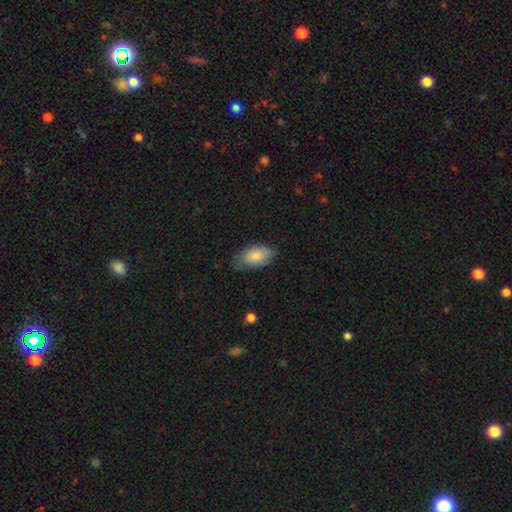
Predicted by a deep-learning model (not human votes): A smooth galaxy with no disk features (83%) that is in between round and cigar-shaped (94%). Merging: none (62%).